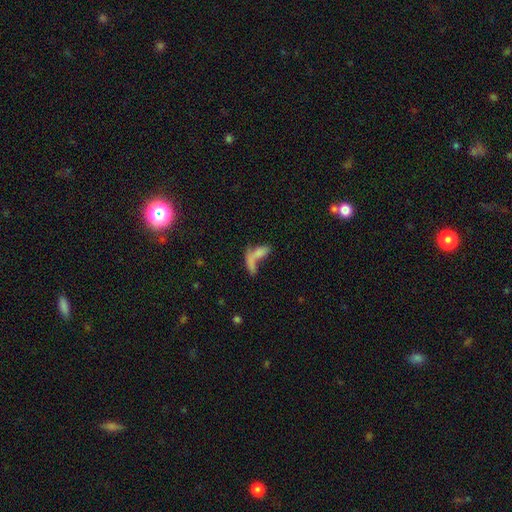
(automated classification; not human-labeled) Q: Smooth or featured?
A: smooth (64%); runner-up: featured or disk (22%)
Q: How rounded?
A: in between (59%); runner-up: cigar-shaped (33%)
Q: Merging?
A: merger (51%); runner-up: none (24%)